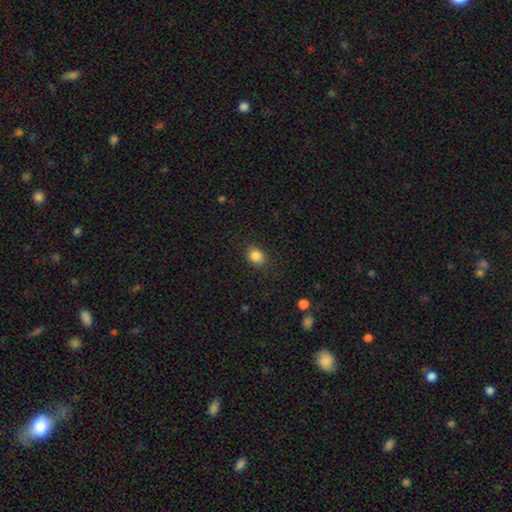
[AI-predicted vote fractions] The model was most divided on "how rounded" (2-way tie): in between: 50%, round: 50%, cigar-shaped: 1%. More confident: smooth or featured — smooth (86%); merging — none (85%).